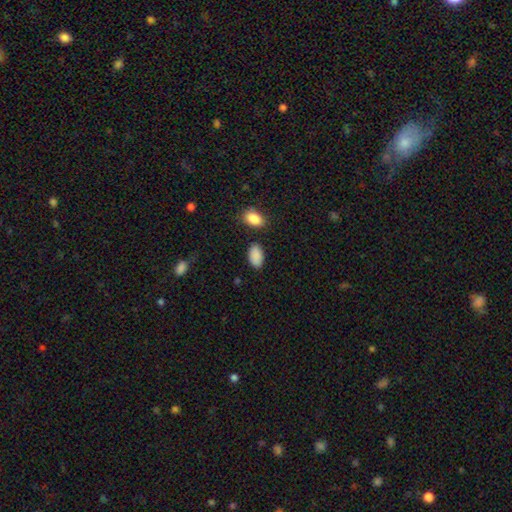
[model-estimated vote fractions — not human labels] Smooth or featured? Predicted: smooth (p=0.89). How rounded? Predicted: in between (p=0.93). Merging? Predicted: none (p=0.83).